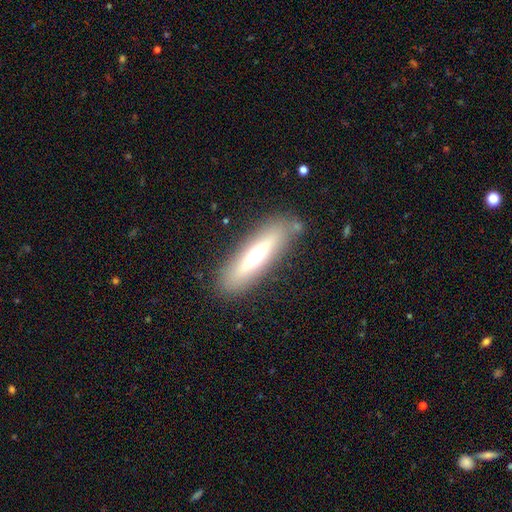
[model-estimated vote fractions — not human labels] Q: Smooth or featured?
A: smooth (52%); runner-up: featured or disk (40%)
Q: How rounded?
A: cigar-shaped (73%); runner-up: in between (25%)
Q: Merging?
A: none (84%); runner-up: minor disturbance (11%)